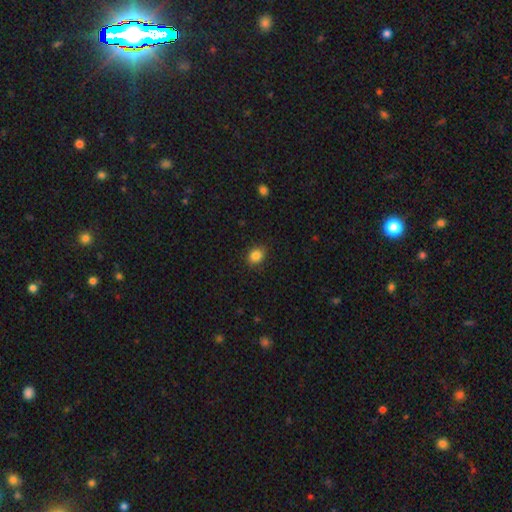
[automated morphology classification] Overall: smooth (85%). How rounded: round (68%; in between 31%). Merging: none (86%).